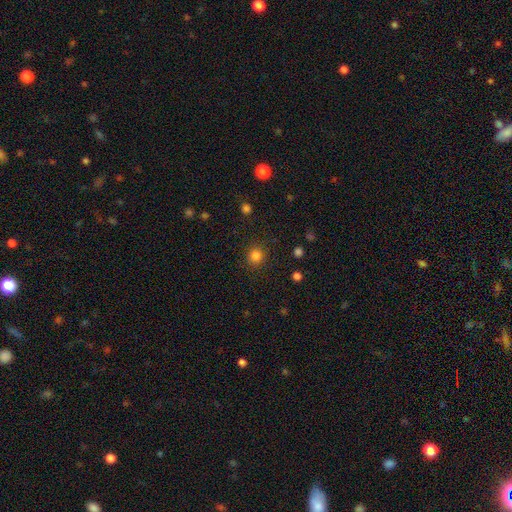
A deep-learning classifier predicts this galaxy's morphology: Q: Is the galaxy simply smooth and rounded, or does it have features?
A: smooth — 82%.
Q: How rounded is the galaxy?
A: round — 92%.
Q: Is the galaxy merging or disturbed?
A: none — 89%.